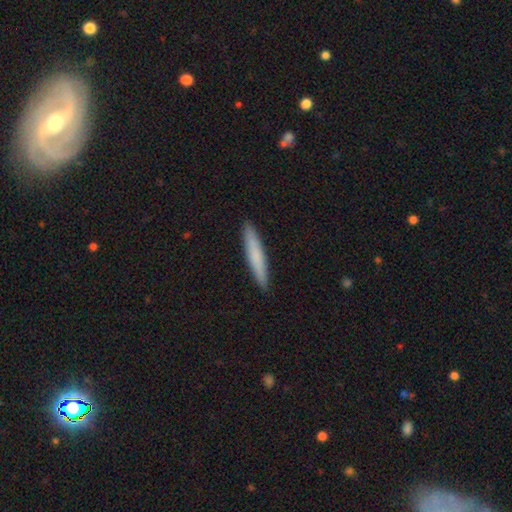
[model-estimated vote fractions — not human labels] smooth_or_featured: smooth (p=0.75) [alt: featured or disk p=0.20]
how_rounded: cigar-shaped (p=0.94) [alt: in between p=0.05]
merging: none (p=0.92) [alt: minor disturbance p=0.06]